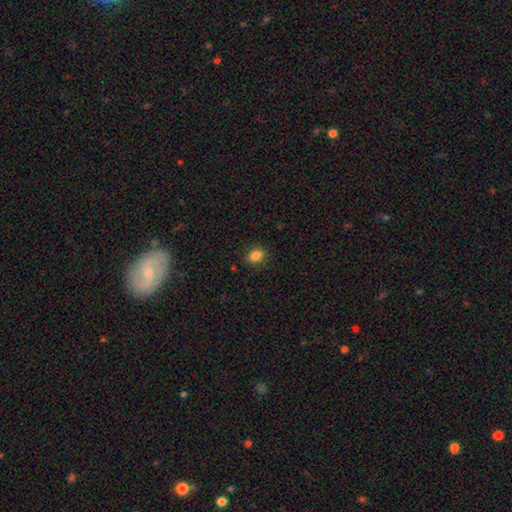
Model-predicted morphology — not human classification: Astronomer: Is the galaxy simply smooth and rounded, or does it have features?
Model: smooth — 86%.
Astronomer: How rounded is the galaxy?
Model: in between — 56% (runner-up: round, 43%).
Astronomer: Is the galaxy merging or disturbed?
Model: none — 86%.